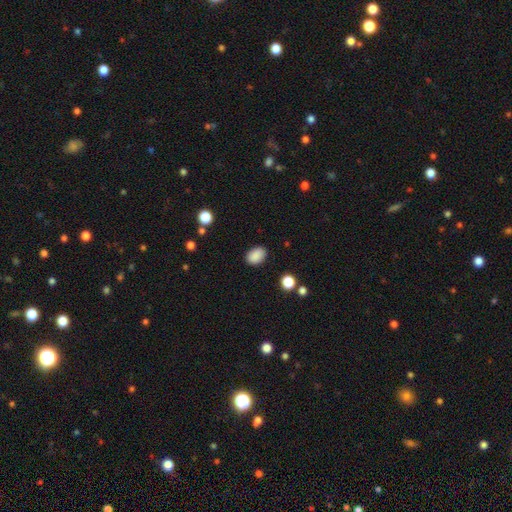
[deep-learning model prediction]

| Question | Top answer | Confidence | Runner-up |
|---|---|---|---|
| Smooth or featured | smooth | 88% | star or artifact (9%) |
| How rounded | in between | 79% | round (20%) |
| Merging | none | 86% | minor disturbance (10%) |